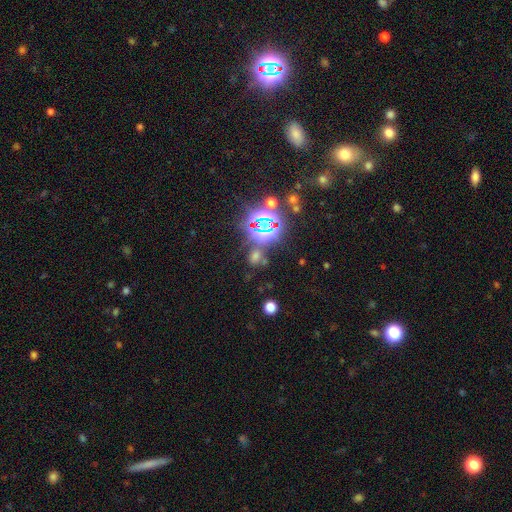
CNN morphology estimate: star or artifact 59%, smooth 33%, featured or disk 8%.